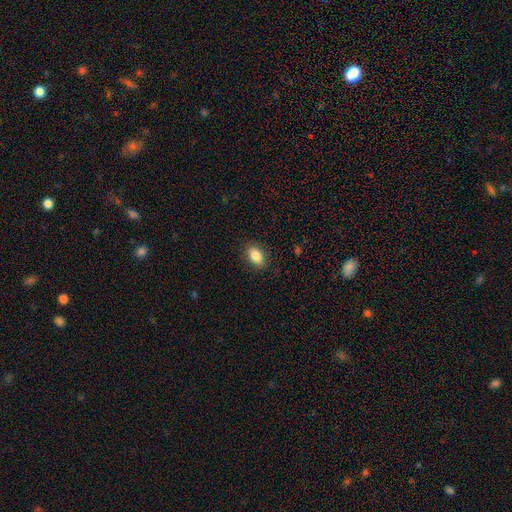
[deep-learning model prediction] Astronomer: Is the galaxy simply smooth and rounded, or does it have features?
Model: smooth — 85%.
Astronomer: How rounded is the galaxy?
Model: in between — 87%.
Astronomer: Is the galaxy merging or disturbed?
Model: none — 87%.